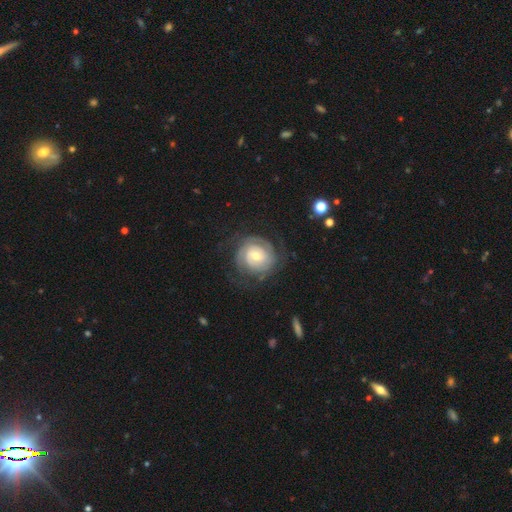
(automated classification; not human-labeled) Smooth or featured? Predicted: featured or disk (p=0.79). Edge-on disk? Predicted: no (p=0.98). Bar? Predicted: no (p=0.62). Spiral arms? Predicted: yes (p=0.92). Spiral winding? Predicted: tight (p=0.73). Spiral arm count? Predicted: 2 (p=0.37). Bulge size? Predicted: moderate (p=0.52). Merging? Predicted: none (p=0.71).